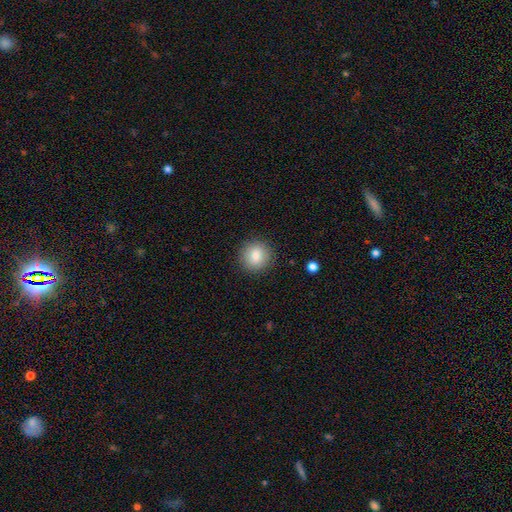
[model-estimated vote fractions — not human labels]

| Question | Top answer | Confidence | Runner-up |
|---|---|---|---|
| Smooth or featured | smooth | 85% | star or artifact (8%) |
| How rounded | round | 89% | in between (10%) |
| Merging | none | 89% | minor disturbance (7%) |